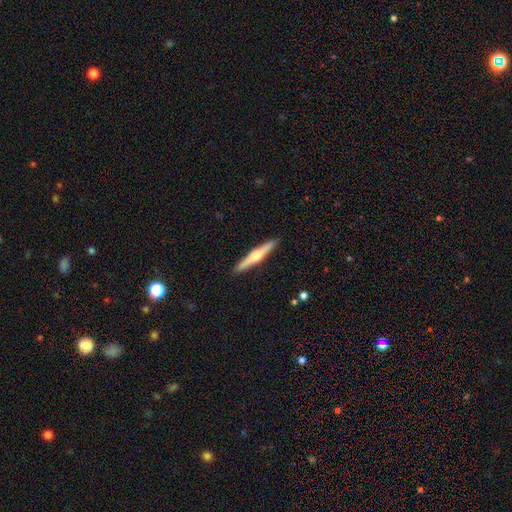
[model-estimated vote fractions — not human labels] A featured or disk galaxy (55%) viewed edge-on (98%) with a rounded central bulge (75%). Merging: none (91%).